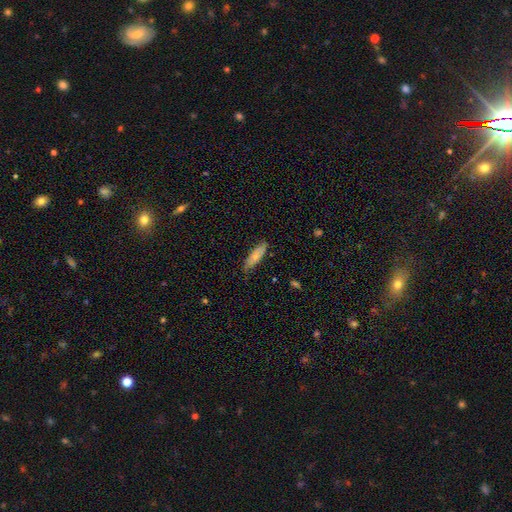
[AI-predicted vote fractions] The model was most divided on "how rounded": cigar-shaped: 53%, in between: 46%, round: 2%. More confident: merging — none (75%); smooth or featured — smooth (70%).